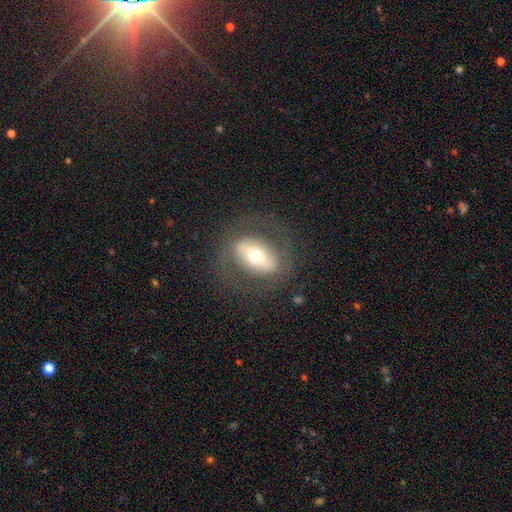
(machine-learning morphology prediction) Smooth or featured? Predicted: featured or disk (p=0.54). Edge-on disk? Predicted: no (p=0.86). Merging? Predicted: none (p=0.76).